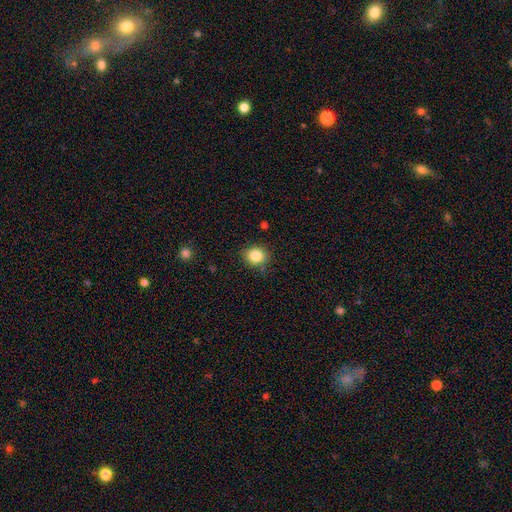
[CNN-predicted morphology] Smooth or featured: smooth — 84% (star or artifact — 10%)
How rounded: round — 78% (in between — 21%)
Merging: none — 81% (minor disturbance — 14%)